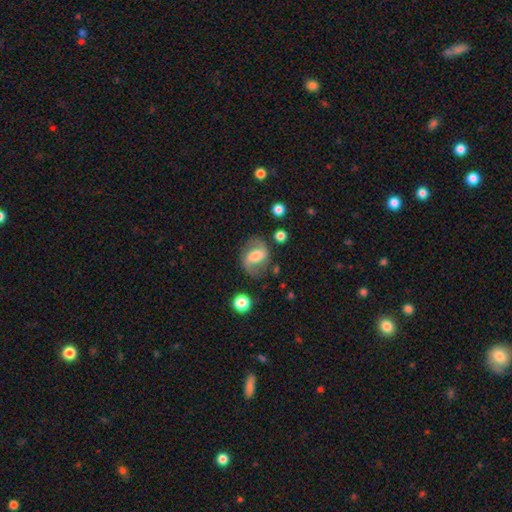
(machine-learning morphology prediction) featured or disk 62%, smooth 30%, star or artifact 8%. Down the decision tree: edge-on disk — no (95%); bar — strong (39%, tied with weak); spiral arms — yes (83%); bulge size — moderate (49%); merging — none (70%).